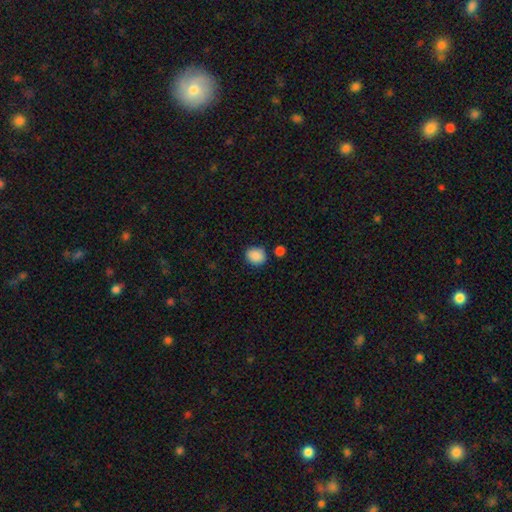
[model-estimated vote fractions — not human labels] The model was most divided on "how rounded": round: 67%, in between: 32%, cigar-shaped: 1%. More confident: smooth or featured — smooth (88%); merging — none (77%).